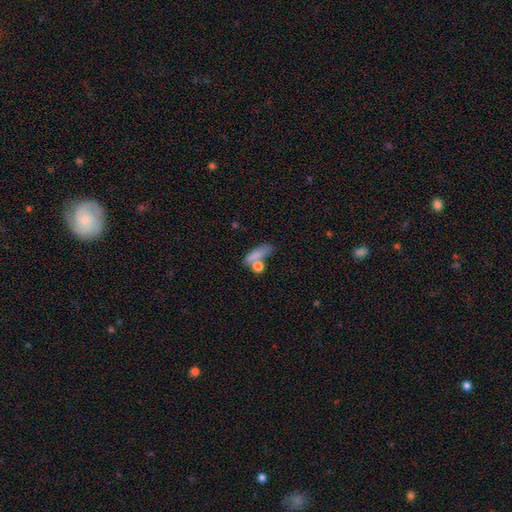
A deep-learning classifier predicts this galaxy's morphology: A smooth galaxy with no disk features (75%) that is in between round and cigar-shaped (51%). Merging: none (40%).